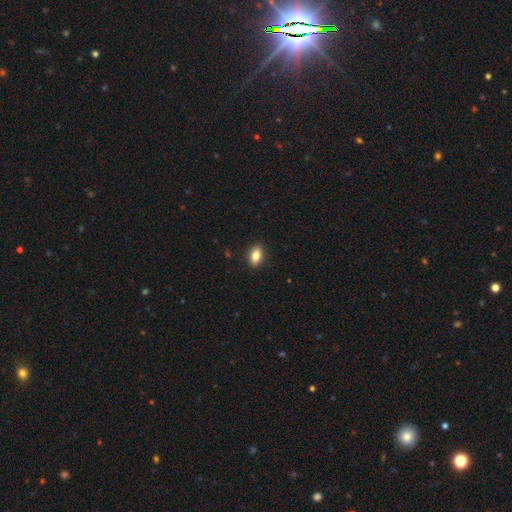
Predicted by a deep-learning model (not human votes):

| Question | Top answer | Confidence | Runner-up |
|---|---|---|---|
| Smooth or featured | smooth | 84% | star or artifact (8%) |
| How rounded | in between | 87% | round (11%) |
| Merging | none | 90% | minor disturbance (8%) |